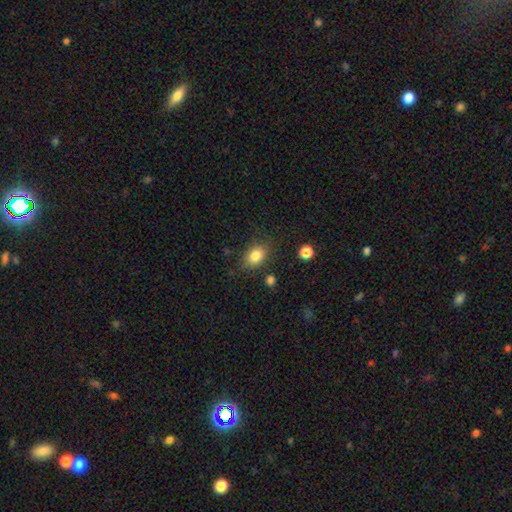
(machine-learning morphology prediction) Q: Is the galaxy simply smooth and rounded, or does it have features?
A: smooth — 83%.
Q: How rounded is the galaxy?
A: in between — 75%.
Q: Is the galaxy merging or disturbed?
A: none — 76%.